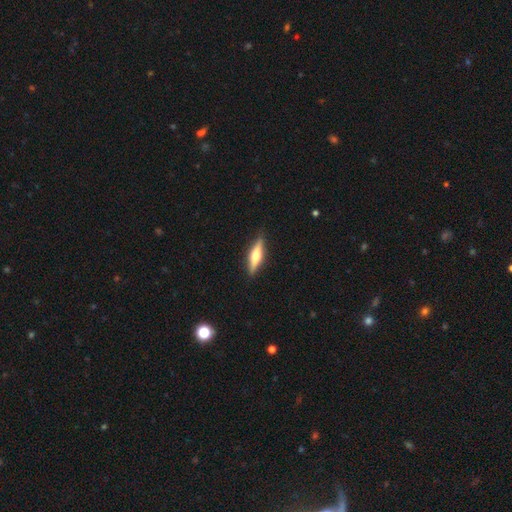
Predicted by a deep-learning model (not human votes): Morphology: type=featured or disk (51%); edge-on=yes (95%); merging=none (90%).